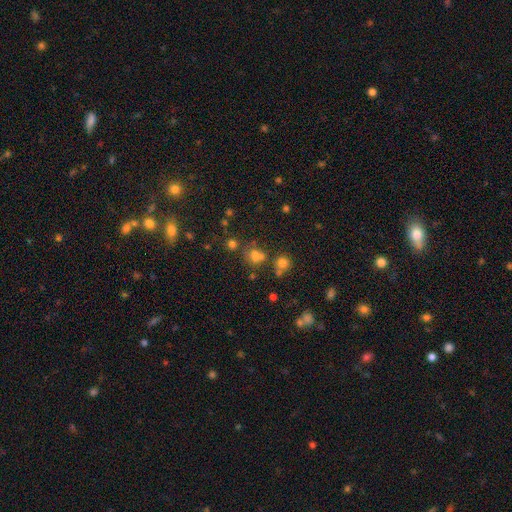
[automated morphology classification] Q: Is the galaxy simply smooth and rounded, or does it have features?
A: smooth — 60%.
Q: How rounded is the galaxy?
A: round — 69%.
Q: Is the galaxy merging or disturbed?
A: none — 52%.